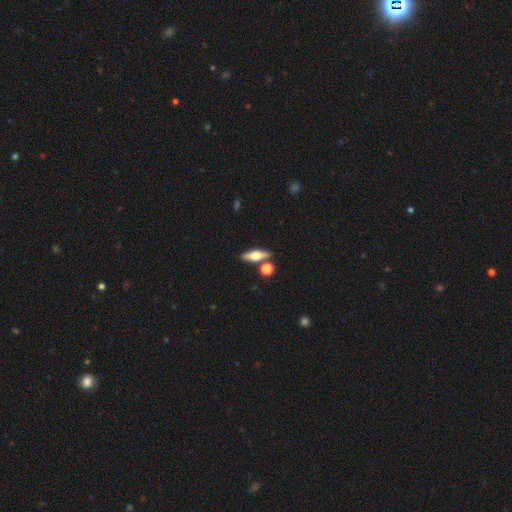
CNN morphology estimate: smooth-or-featured: featured or disk: 53% | smooth: 40% | star or artifact: 8%
  disk-edge-on: yes: 92% | no: 8%
  merging: none: 78% | merger: 11% | minor disturbance: 9% | major disturbance: 3%